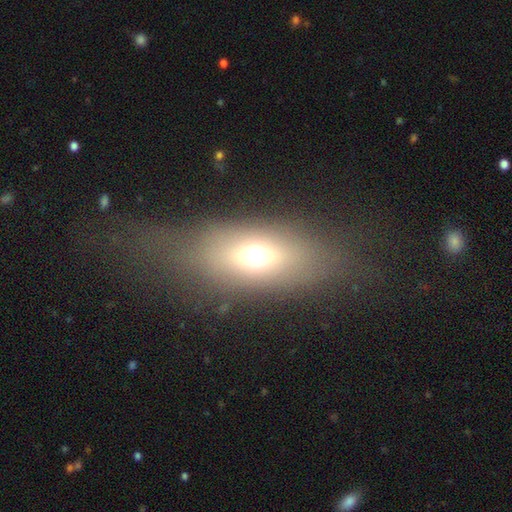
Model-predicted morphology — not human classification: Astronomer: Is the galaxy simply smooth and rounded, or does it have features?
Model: smooth — 64%.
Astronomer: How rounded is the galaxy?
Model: in between — 76%.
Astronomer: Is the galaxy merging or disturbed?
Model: none — 58%.